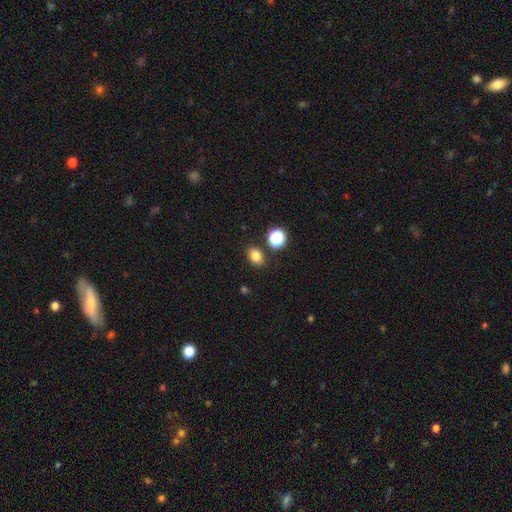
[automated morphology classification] This appears to be a smooth galaxy with no disk features (81%) that is in between round and cigar-shaped (60%). Merging: none (81%).